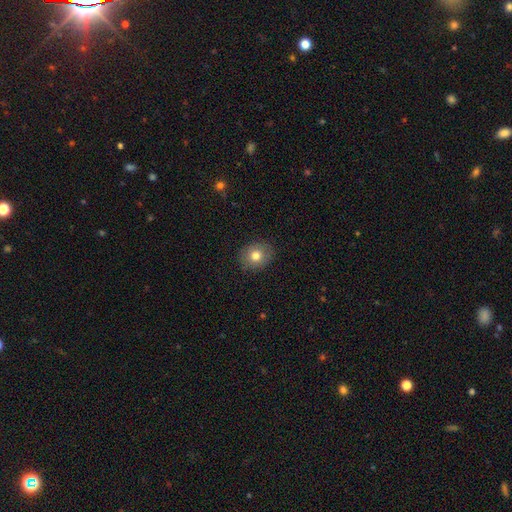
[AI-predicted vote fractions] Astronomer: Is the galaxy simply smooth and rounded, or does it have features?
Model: smooth — 77%.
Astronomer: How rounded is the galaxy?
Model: round — 65%.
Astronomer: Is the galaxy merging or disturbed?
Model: none — 87%.